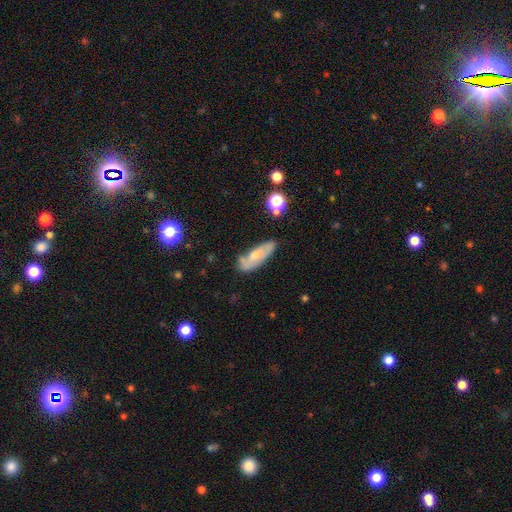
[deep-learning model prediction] A smooth galaxy with no disk features (51%) that is in between round and cigar-shaped (65%).

Vote fractions:
- Smooth or featured? smooth: 51% / featured or disk: 40% / star or artifact: 8%
- How rounded? in between: 65% / cigar-shaped: 32% / round: 3%
- Merging? none: 58% / minor disturbance: 27% / major disturbance: 8% / merger: 7%